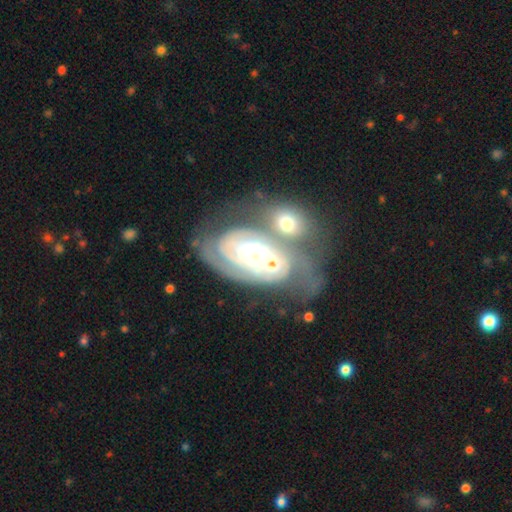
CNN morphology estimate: Q: Smooth or featured?
A: featured or disk (81%); runner-up: smooth (13%)
Q: Edge-on disk?
A: no (96%); runner-up: yes (4%)
Q: Bar?
A: no (77%); runner-up: weak (17%)
Q: Spiral arms?
A: yes (85%); runner-up: no (15%)
Q: Spiral winding?
A: tight (69%); runner-up: medium (23%)
Q: Spiral arm count?
A: can't tell (39%); runner-up: 2 (36%)
Q: Bulge size?
A: moderate (62%); runner-up: small (20%)
Q: Merging?
A: merger (60%); runner-up: none (18%)